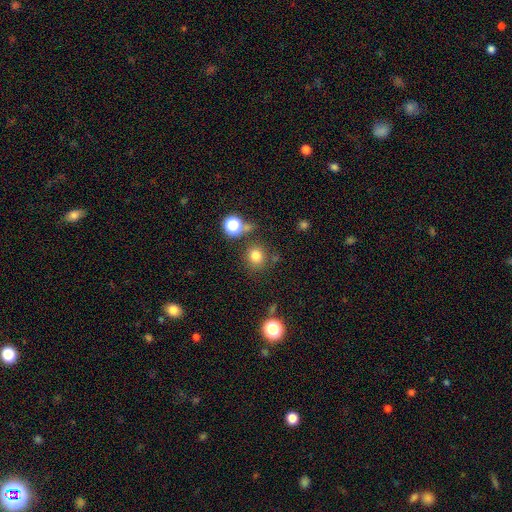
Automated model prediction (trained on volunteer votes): A smooth galaxy with no disk features (78%) that is round (87%).

Vote fractions:
- Smooth or featured? smooth: 78% / star or artifact: 16% / featured or disk: 6%
- How rounded? round: 87% / in between: 12% / cigar-shaped: 1%
- Merging? none: 78% / minor disturbance: 10% / merger: 7% / major disturbance: 4%